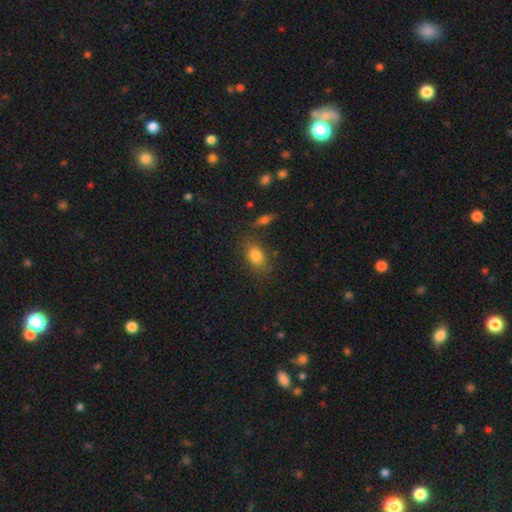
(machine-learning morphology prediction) Smooth or featured?
  - smooth: 80% *
  - star or artifact: 10%
  - featured or disk: 10%
How rounded?
  - in between: 82% *
  - round: 15%
  - cigar-shaped: 3%
Merging?
  - none: 75% *
  - minor disturbance: 15%
  - major disturbance: 5%
  - merger: 5%